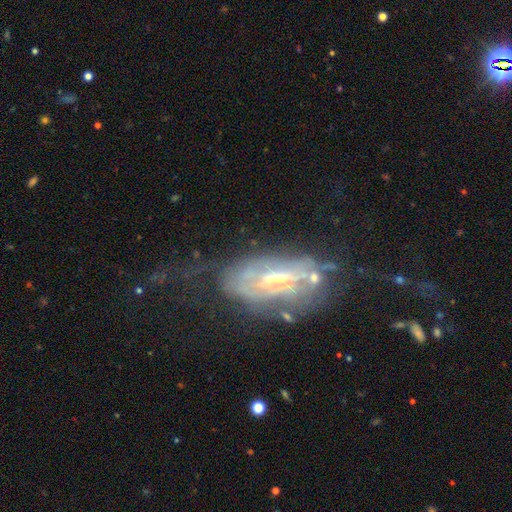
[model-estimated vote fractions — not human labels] Overall: featured or disk (71%). Edge-on disk: no (84%). Bar: weak (42%; no 36%). Spiral arms: yes (63%; no 37%). Bulge size: moderate (43%; small 42%). Merging: none (47%; major disturbance 24%).